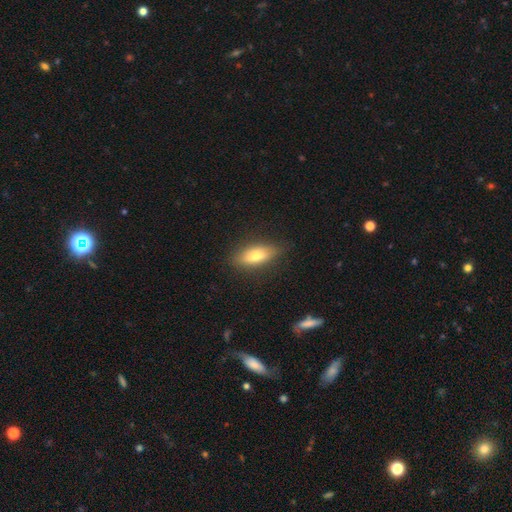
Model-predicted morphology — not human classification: A smooth galaxy with no disk features (70%) that is in between round and cigar-shaped (65%). Merging: none (82%).